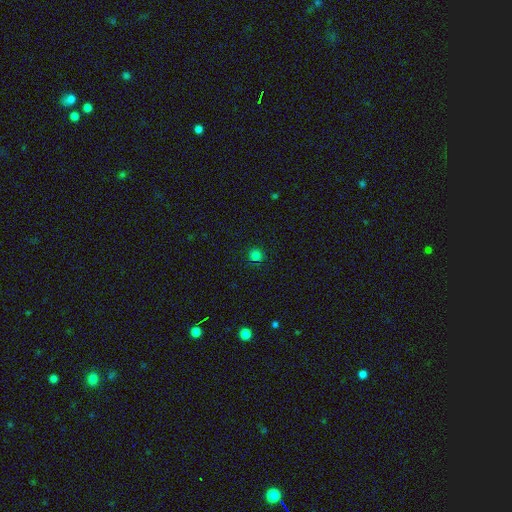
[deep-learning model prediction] This is likely a smooth galaxy (79%). How rounded: clearly round (94%). Merging: clearly none (91%).